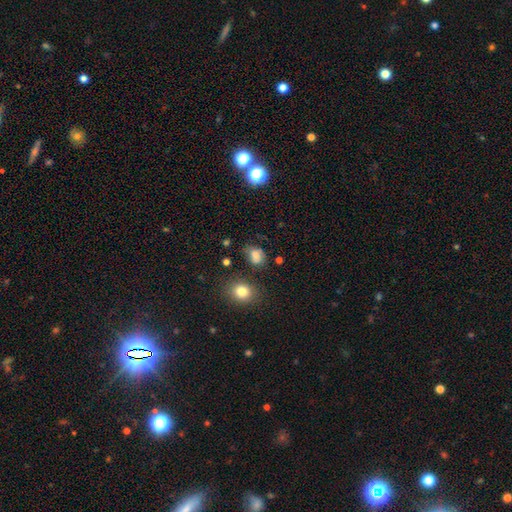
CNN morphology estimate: smooth_or_featured: smooth (p=0.74) [alt: star or artifact p=0.14]
how_rounded: in between (p=0.55) [alt: round p=0.44]
merging: none (p=0.59) [alt: minor disturbance p=0.25]